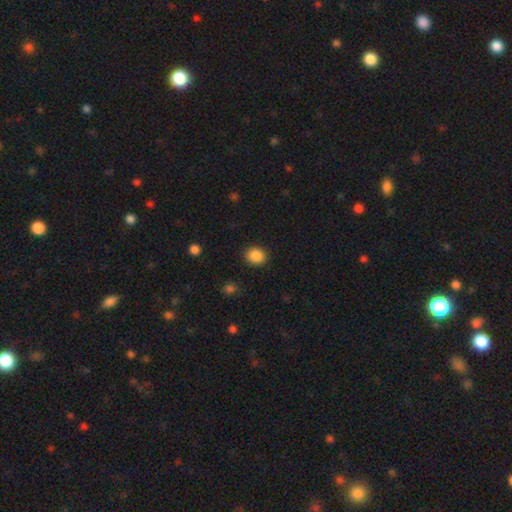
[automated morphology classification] Smooth or featured? smooth (87%)
How rounded? round (74%)
Merging? none (89%)